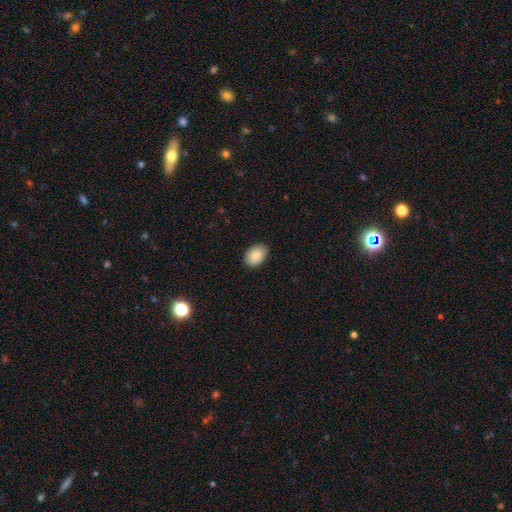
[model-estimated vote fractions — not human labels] This appears to be a smooth galaxy with no disk features (87%) that is in between round and cigar-shaped (83%). Merging: none (88%).